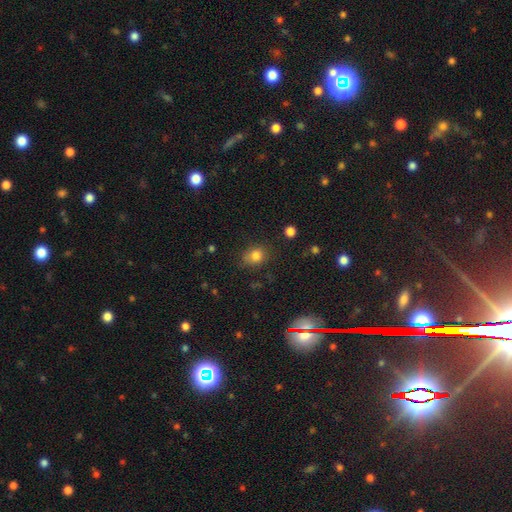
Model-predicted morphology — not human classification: Smooth or featured? smooth (81%)
How rounded? round (57%)
Merging? none (76%)